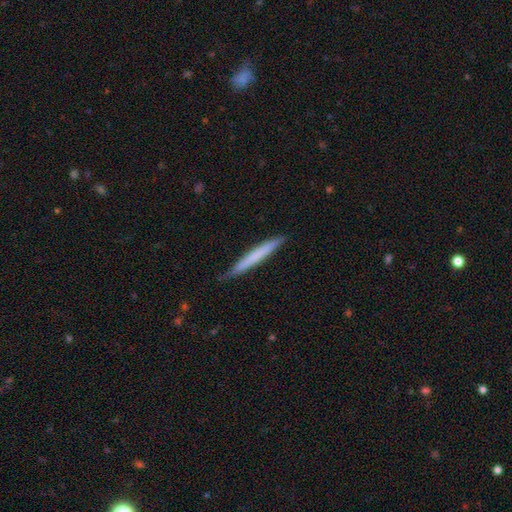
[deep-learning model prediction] Morphology: type=smooth (62%); roundness=cigar-shaped (97%); merging=none (84%).